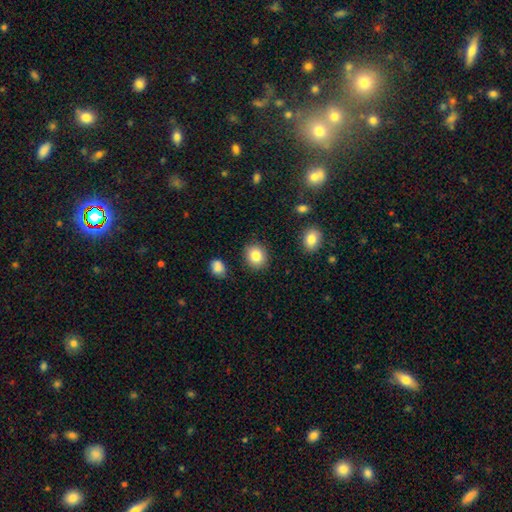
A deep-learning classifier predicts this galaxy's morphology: A smooth galaxy with no disk features (84%) that is round (74%).

Vote fractions:
- Smooth or featured? smooth: 84% / star or artifact: 9% / featured or disk: 7%
- How rounded? round: 74% / in between: 25% / cigar-shaped: 1%
- Merging? none: 88% / minor disturbance: 8% / major disturbance: 2% / merger: 2%